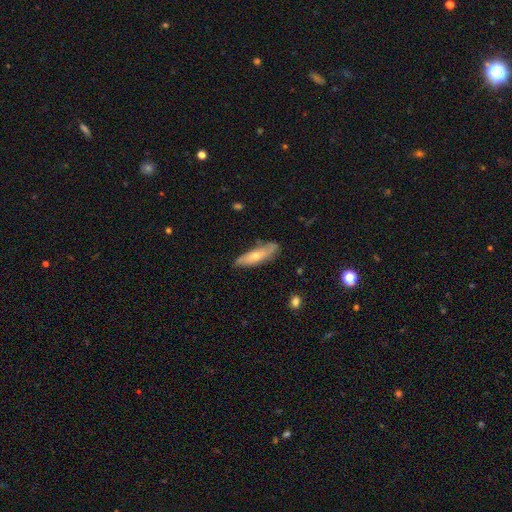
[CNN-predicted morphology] This is possibly a featured or disk galaxy (47%). Merging: likely none (75%).